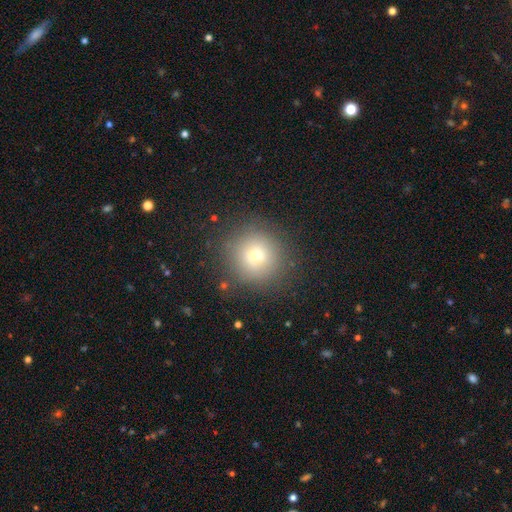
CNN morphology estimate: The model was most divided on "smooth or featured": smooth: 70%, star or artifact: 17%, featured or disk: 13%. More confident: how rounded — round (94%); merging — none (86%).